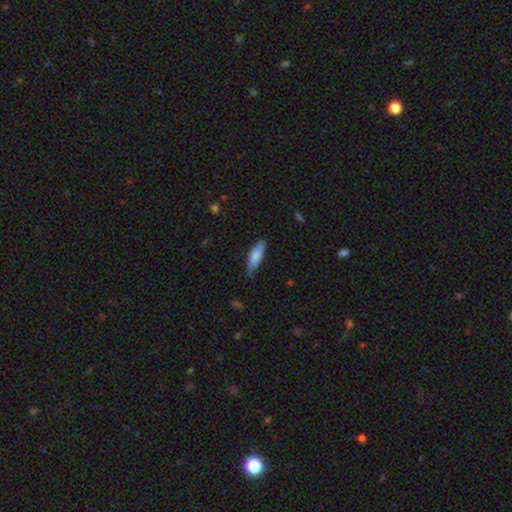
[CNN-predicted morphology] smooth_or_featured: smooth (p=0.74) [alt: featured or disk p=0.20]
how_rounded: in between (p=0.52) [alt: cigar-shaped p=0.46]
merging: none (p=0.69) [alt: minor disturbance p=0.25]